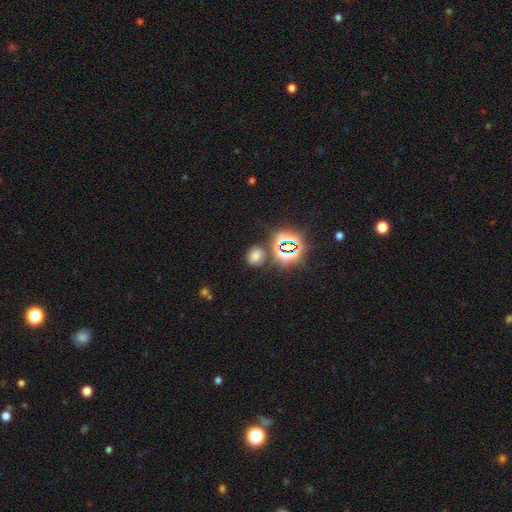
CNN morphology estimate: This appears to be a smooth galaxy with no disk features (55%) that is round (52%). Merging: none (70%).